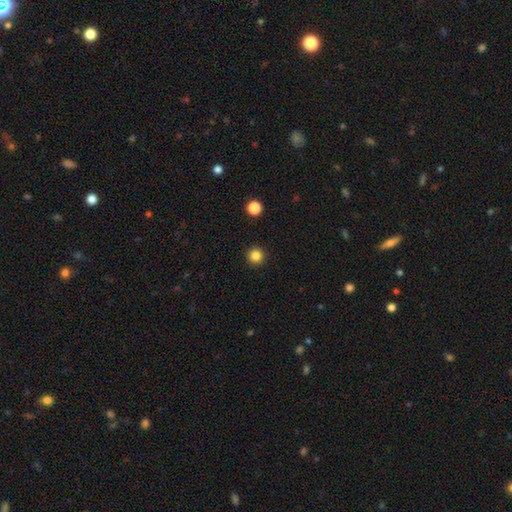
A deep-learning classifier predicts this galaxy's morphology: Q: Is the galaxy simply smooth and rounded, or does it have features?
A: smooth — 84%.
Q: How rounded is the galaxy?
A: round — 96%.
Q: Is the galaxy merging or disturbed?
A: none — 93%.